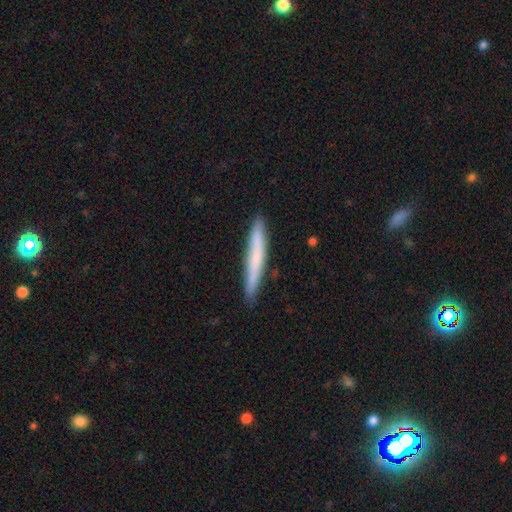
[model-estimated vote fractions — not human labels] A smooth galaxy with no disk features (64%) that is cigar-shaped (96%).

Vote fractions:
- Smooth or featured? smooth: 64% / featured or disk: 30% / star or artifact: 6%
- How rounded? cigar-shaped: 96% / in between: 3% / round: 1%
- Merging? none: 88% / minor disturbance: 9% / major disturbance: 2% / merger: 1%